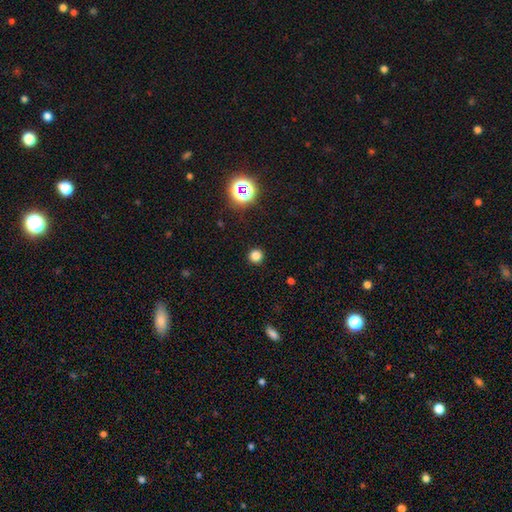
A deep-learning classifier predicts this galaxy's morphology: Smooth or featured: smooth — 79% (star or artifact — 17%)
How rounded: round — 94% (in between — 5%)
Merging: none — 92% (minor disturbance — 4%)